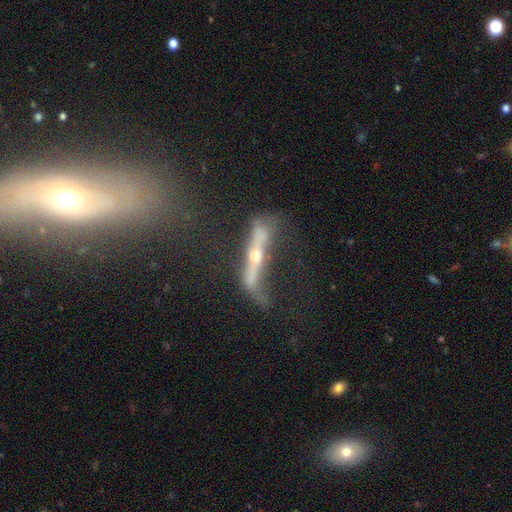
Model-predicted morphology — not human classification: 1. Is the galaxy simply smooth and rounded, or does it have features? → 74% featured or disk, 17% smooth, 9% star or artifact.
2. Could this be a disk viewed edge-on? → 75% yes, 25% no.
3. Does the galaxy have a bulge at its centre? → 82% rounded, 12% none, 6% boxy.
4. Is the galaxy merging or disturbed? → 36% none, 31% major disturbance, 21% minor disturbance, 13% merger.